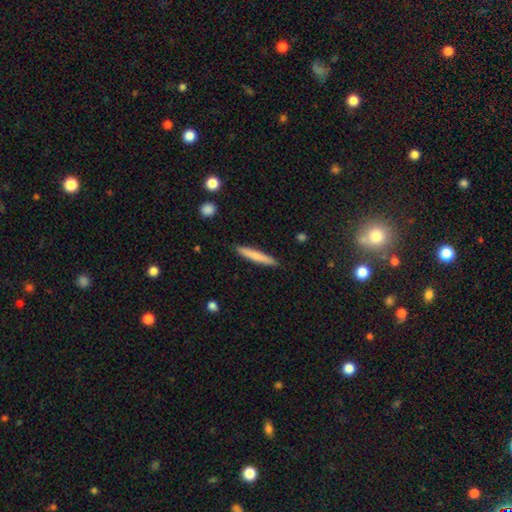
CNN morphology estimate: This is likely a smooth galaxy (74%). How rounded: clearly cigar-shaped (94%). Merging: clearly none (90%).